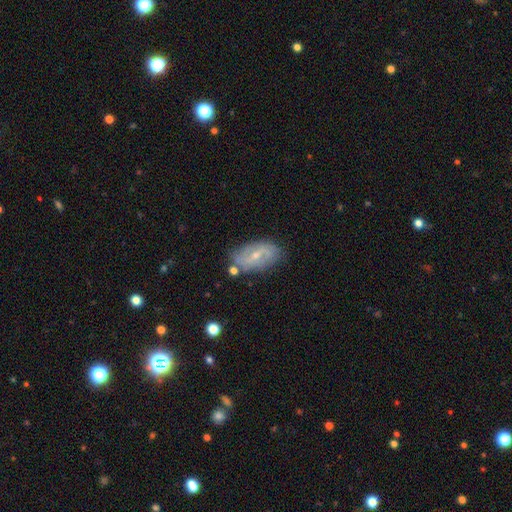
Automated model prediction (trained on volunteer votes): Smooth or featured: featured or disk — 69% (smooth — 23%)
Edge-on disk: no — 93% (yes — 7%)
Bar: weak — 48% (no — 31%)
Spiral arms: yes — 78% (no — 22%)
Bulge size: small — 67% (moderate — 30%)
Merging: none — 73% (minor disturbance — 18%)